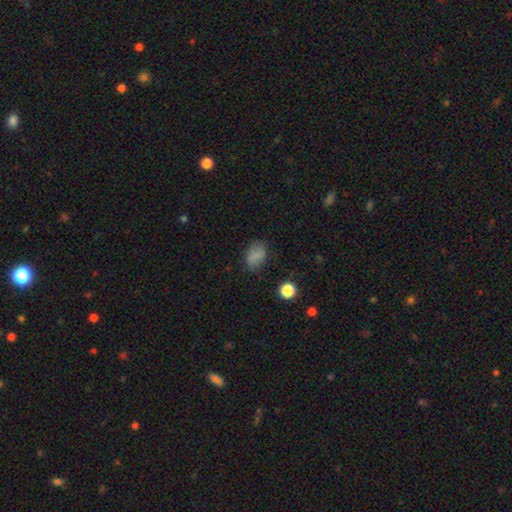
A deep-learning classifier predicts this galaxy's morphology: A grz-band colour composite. It shows a smooth galaxy with no disk features (78%) that is in between round and cigar-shaped (77%). Merging: none (74%).